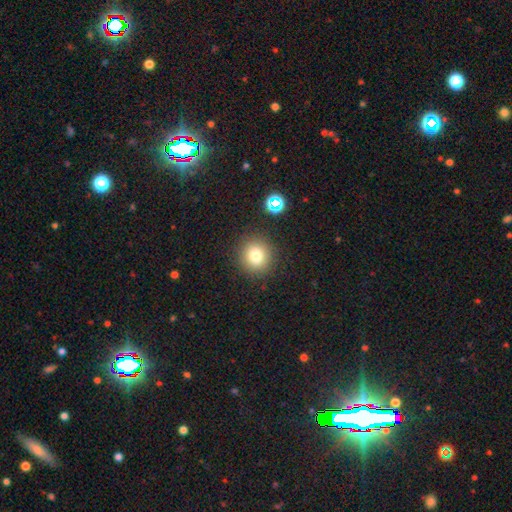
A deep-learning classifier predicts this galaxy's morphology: smooth 78%, star or artifact 14%, featured or disk 8%. Down the decision tree: how rounded — round (90%); merging — none (87%).